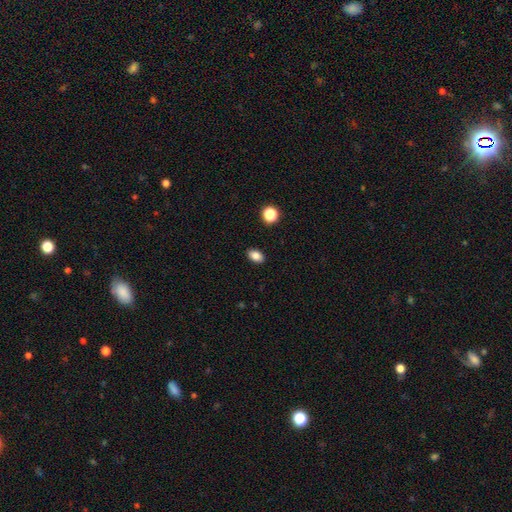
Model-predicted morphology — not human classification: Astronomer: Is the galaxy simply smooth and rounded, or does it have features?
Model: smooth — 85%.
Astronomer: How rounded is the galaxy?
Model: in between — 85%.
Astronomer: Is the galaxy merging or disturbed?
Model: none — 89%.